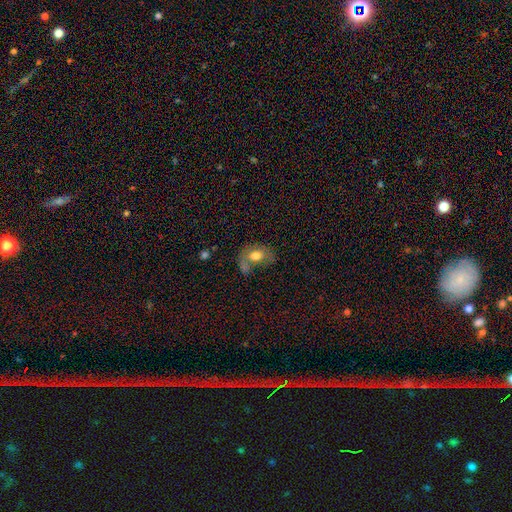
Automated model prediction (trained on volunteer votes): A smooth galaxy with no disk features (69%) that is in between round and cigar-shaped (72%). Merging: none (28%).